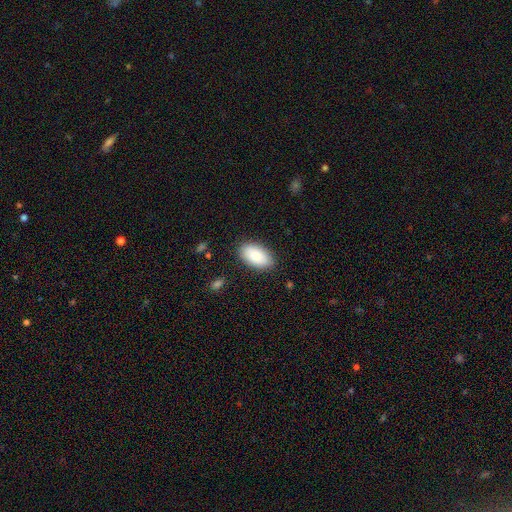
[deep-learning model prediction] Q: Smooth or featured?
A: smooth (86%); runner-up: featured or disk (8%)
Q: How rounded?
A: in between (95%); runner-up: round (3%)
Q: Merging?
A: none (86%); runner-up: minor disturbance (10%)